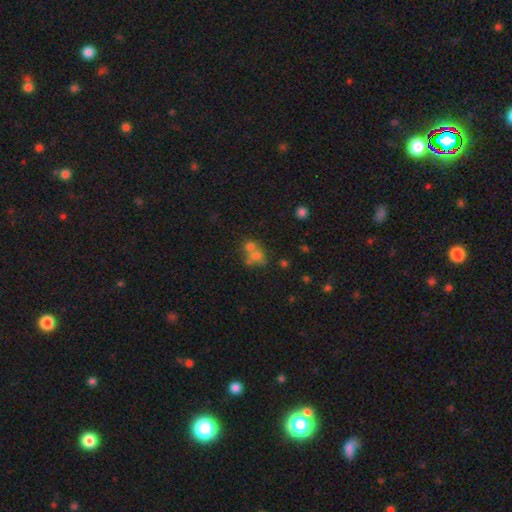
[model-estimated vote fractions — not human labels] Q: Smooth or featured?
A: smooth (59%); runner-up: featured or disk (22%)
Q: How rounded?
A: round (64%); runner-up: in between (35%)
Q: Merging?
A: merger (52%); runner-up: none (33%)